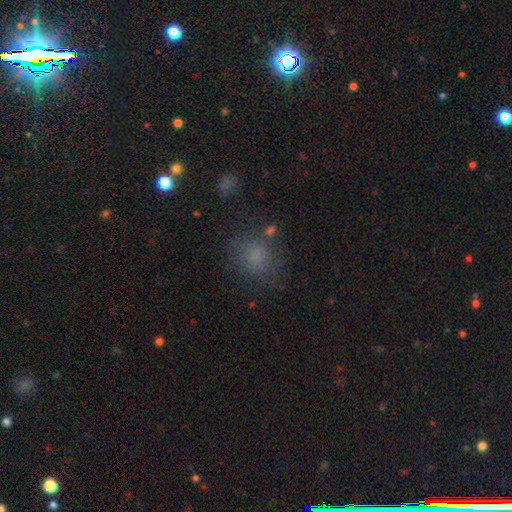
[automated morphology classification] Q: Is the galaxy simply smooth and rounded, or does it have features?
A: smooth — 71%.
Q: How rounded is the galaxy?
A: round — 74%.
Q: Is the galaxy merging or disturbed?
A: none — 66%.